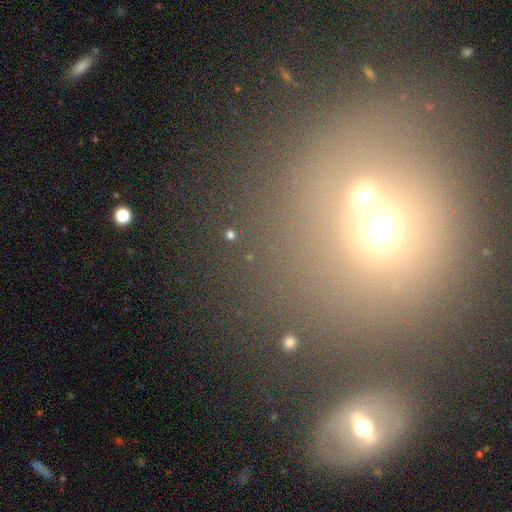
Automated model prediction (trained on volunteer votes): The model was most divided on "merging": none: 50%, merger: 34%, minor disturbance: 9%, major disturbance: 6%. More confident: how rounded — round (79%); smooth or featured — smooth (51%).